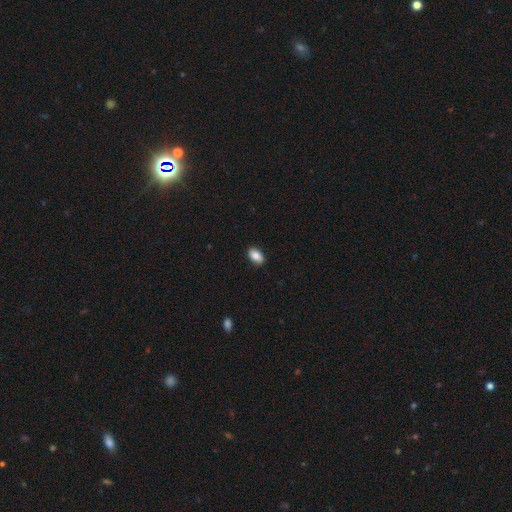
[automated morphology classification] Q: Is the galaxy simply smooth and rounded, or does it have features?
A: smooth — 82%.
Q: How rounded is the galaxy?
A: in between — 90%.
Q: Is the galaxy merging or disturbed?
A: none — 88%.